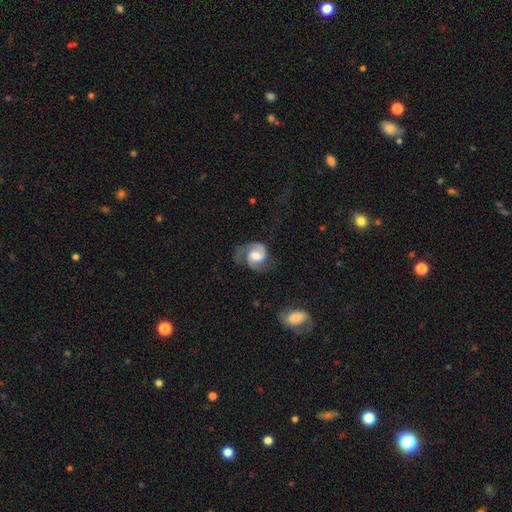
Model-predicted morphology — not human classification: Smooth or featured: featured or disk — 76% (smooth — 18%)
Edge-on disk: no — 98% (yes — 2%)
Bar: no — 55% (weak — 36%)
Spiral arms: yes — 94% (no — 6%)
Spiral winding: medium — 49% (tight — 28%)
Spiral arm count: 2 — 76% (1 — 16%)
Bulge size: moderate — 62% (large — 20%)
Merging: none — 55% (minor disturbance — 23%)